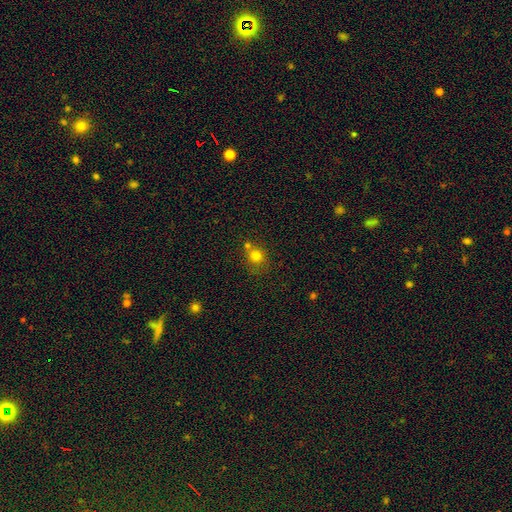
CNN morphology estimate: This is likely a smooth galaxy (77%). How rounded: clearly round (82%). Merging: possibly none (54%).